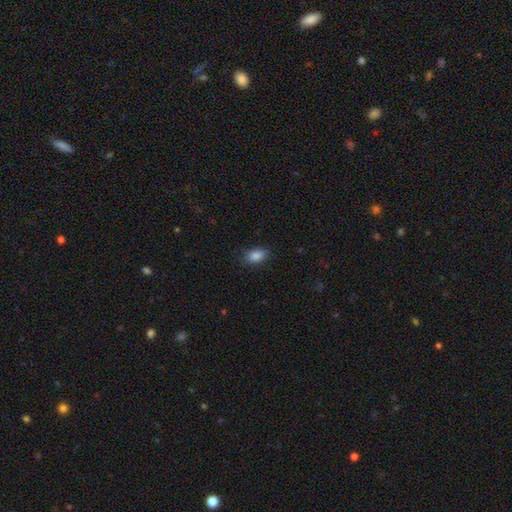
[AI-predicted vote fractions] A smooth galaxy with no disk features (86%) that is in between round and cigar-shaped (88%). Merging: none (84%).